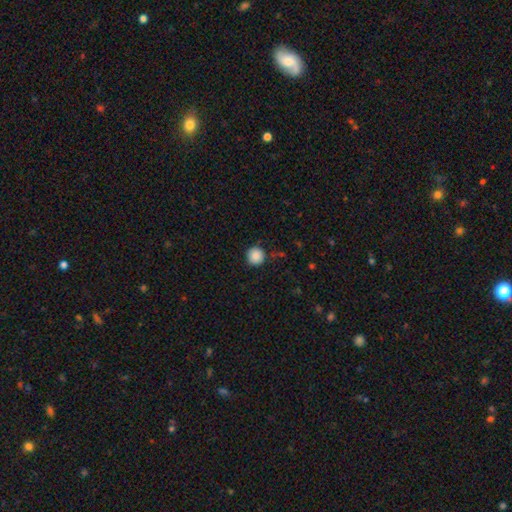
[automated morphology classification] Overall: smooth (87%). How rounded: round (95%). Merging: none (88%).